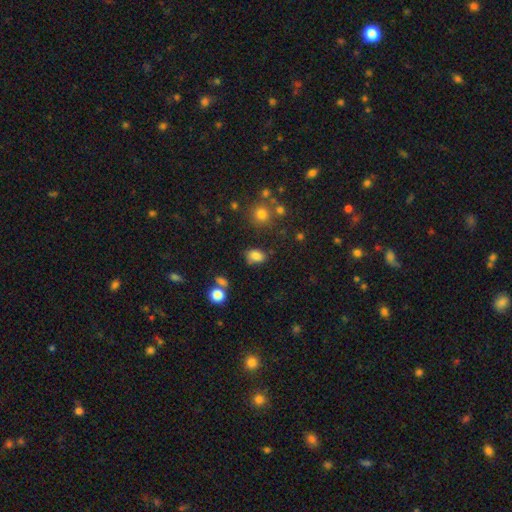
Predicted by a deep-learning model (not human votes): A smooth galaxy with no disk features (82%) that is in between round and cigar-shaped (77%).

Vote fractions:
- Smooth or featured? smooth: 82% / star or artifact: 12% / featured or disk: 6%
- How rounded? in between: 77% / round: 22% / cigar-shaped: 1%
- Merging? none: 73% / minor disturbance: 17% / merger: 6% / major disturbance: 5%